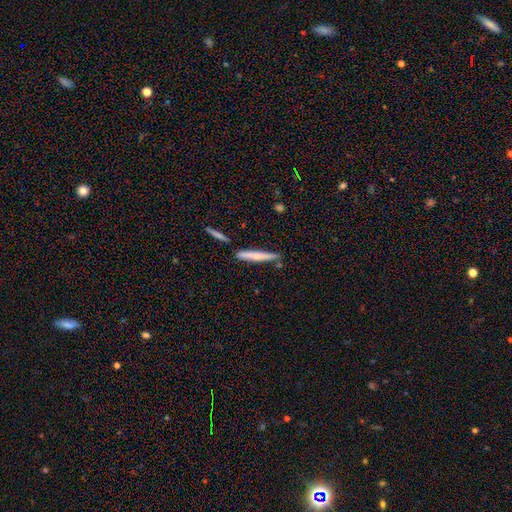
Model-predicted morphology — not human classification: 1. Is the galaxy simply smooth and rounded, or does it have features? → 63% smooth, 31% featured or disk, 6% star or artifact.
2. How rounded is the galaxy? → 95% cigar-shaped, 4% in between, 1% round.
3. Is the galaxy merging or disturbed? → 80% none, 12% minor disturbance, 5% merger, 2% major disturbance.